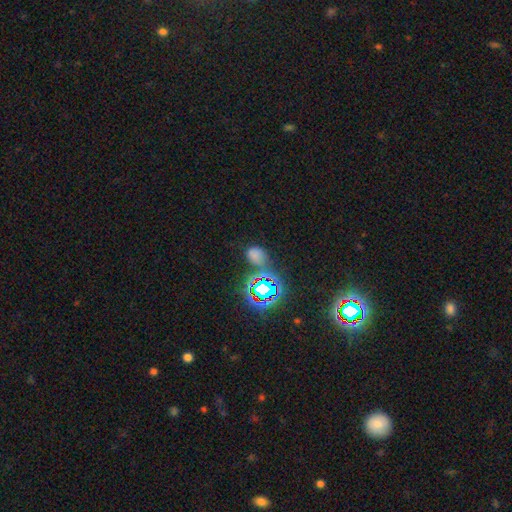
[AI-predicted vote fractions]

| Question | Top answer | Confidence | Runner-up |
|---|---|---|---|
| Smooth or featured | smooth | 54% | star or artifact (38%) |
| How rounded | in between | 60% | round (38%) |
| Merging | none | 57% | minor disturbance (20%) |